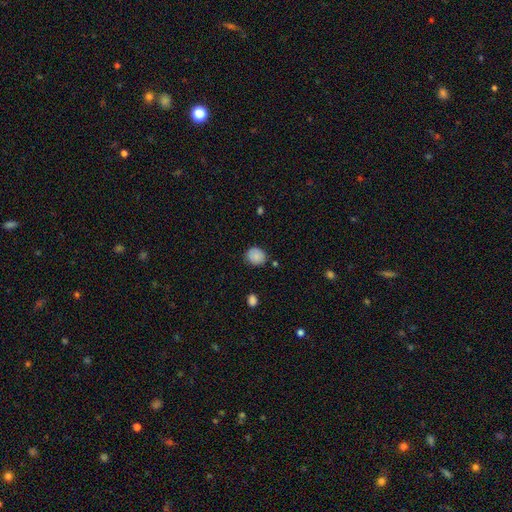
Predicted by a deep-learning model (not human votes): Overall: smooth (83%). How rounded: round (70%). Merging: none (78%).